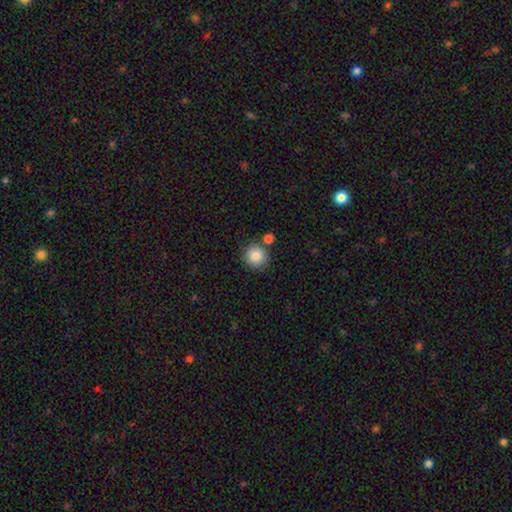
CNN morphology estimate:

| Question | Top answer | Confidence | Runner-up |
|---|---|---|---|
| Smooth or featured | smooth | 84% | star or artifact (9%) |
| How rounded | round | 94% | in between (5%) |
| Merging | none | 77% | merger (12%) |